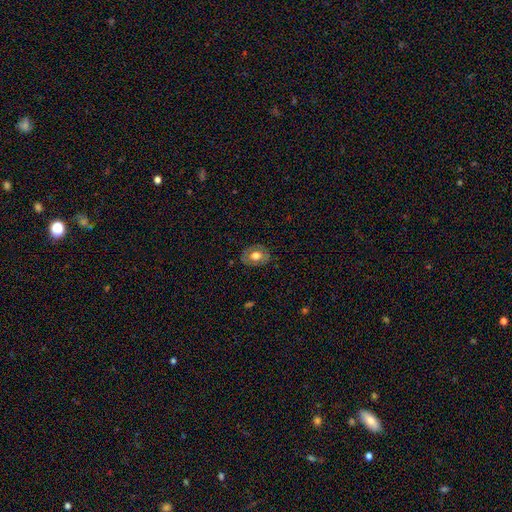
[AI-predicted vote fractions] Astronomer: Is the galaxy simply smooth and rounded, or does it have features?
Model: smooth — 60%.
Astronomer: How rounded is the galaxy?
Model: in between — 59% (runner-up: round, 40%).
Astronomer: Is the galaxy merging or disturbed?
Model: none — 80%.